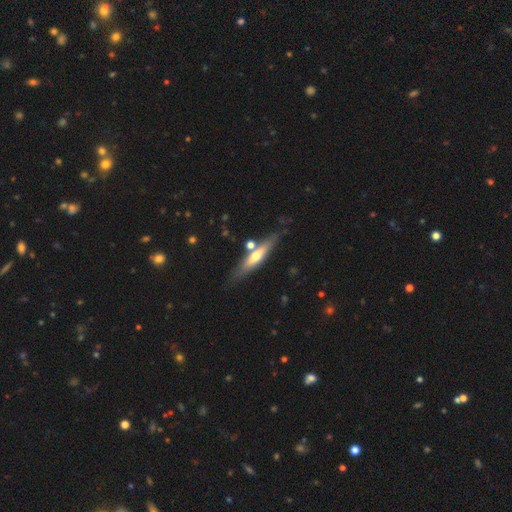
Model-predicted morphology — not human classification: A featured or disk galaxy (53%) viewed edge-on (87%).

Vote fractions:
- Smooth or featured? featured or disk: 53% / smooth: 41% / star or artifact: 6%
- Edge-on disk? yes: 87% / no: 13%
- Merging? none: 75% / minor disturbance: 13% / merger: 9% / major disturbance: 3%